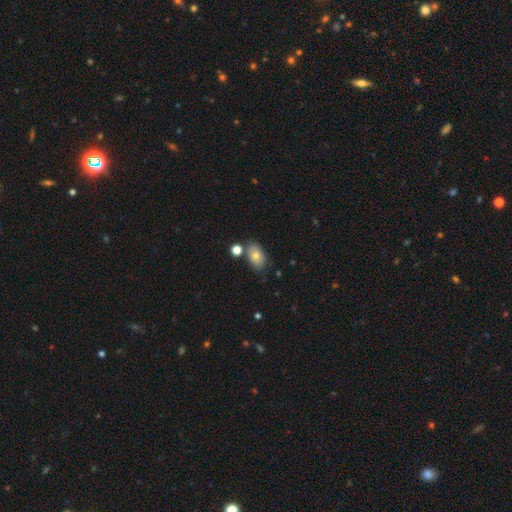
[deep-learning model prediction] Smooth or featured? Predicted: smooth (p=0.74). How rounded? Predicted: in between (p=0.88). Merging? Predicted: none (p=0.71).